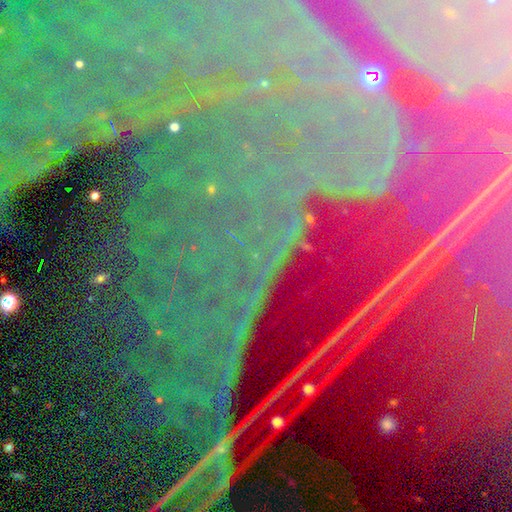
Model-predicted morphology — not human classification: type=star or artifact (84%).